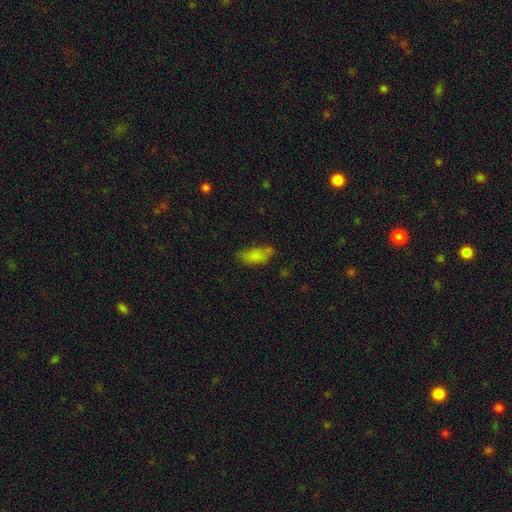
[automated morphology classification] A smooth galaxy with no disk features (78%) that is in between round and cigar-shaped (82%). Merging: none (52%).